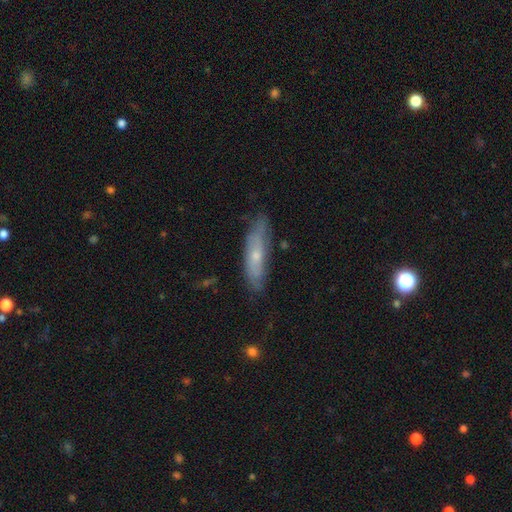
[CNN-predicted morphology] featured or disk 49%, smooth 44%, star or artifact 7%. Down the decision tree: merging — none (73%).